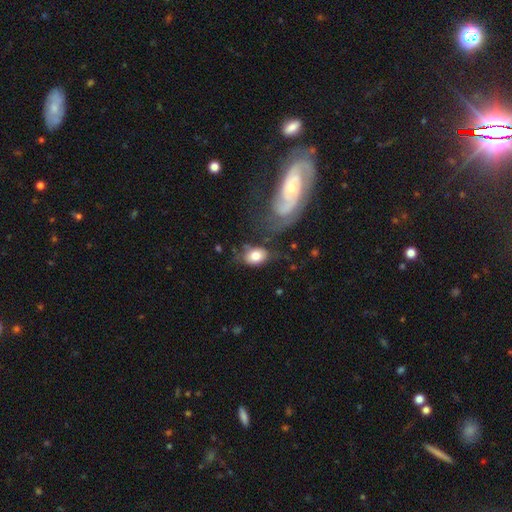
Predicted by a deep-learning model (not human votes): Overall: smooth (76%). How rounded: in between (76%). Merging: none (51%; minor disturbance 22%).